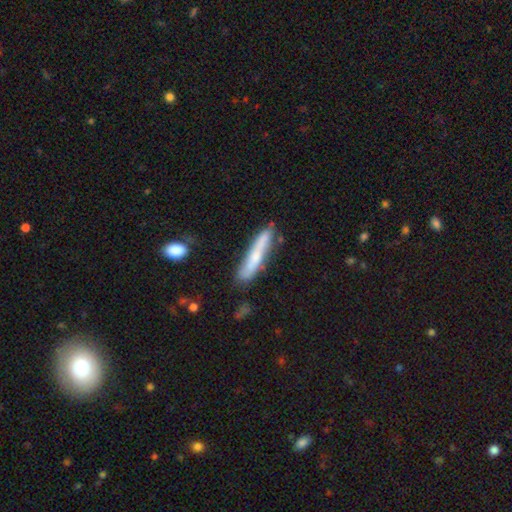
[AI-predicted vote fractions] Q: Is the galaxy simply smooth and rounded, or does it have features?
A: smooth — 58%.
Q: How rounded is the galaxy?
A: cigar-shaped — 90%.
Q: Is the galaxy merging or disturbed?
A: none — 74%.